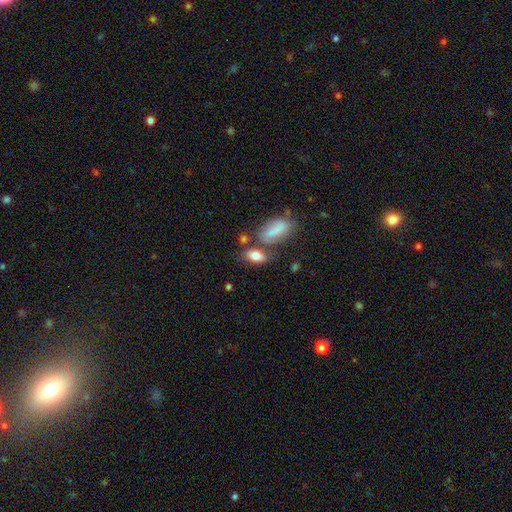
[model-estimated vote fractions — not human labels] smooth_or_featured: smooth (p=0.80) [alt: featured or disk p=0.11]
how_rounded: in between (p=0.87) [alt: round p=0.07]
merging: none (p=0.55) [alt: merger p=0.22]